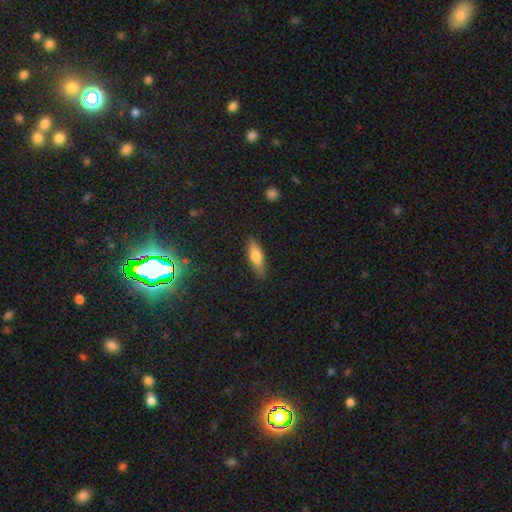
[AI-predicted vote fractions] A smooth galaxy with no disk features (72%) that is in between round and cigar-shaped (54%). Merging: none (83%).